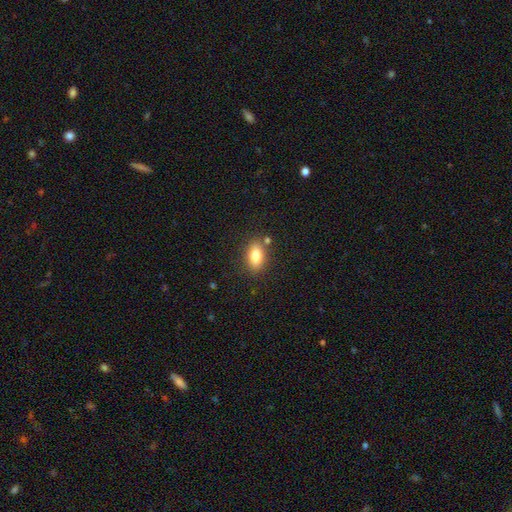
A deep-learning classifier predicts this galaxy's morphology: This is clearly a smooth galaxy (81%). How rounded: clearly in between (87%). Merging: likely none (80%).